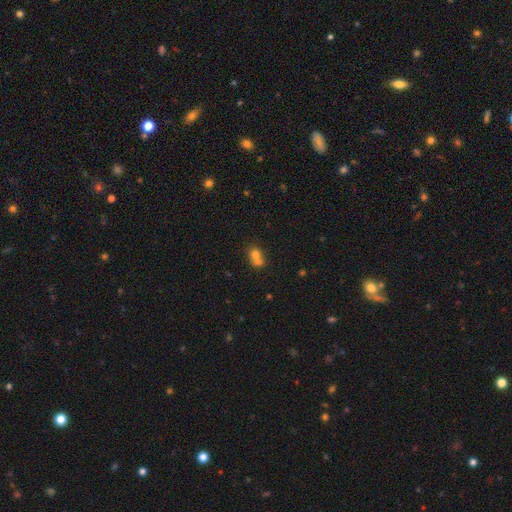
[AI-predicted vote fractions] Morphology: type=smooth (71%); roundness=round (59%); merging=merger (60%).